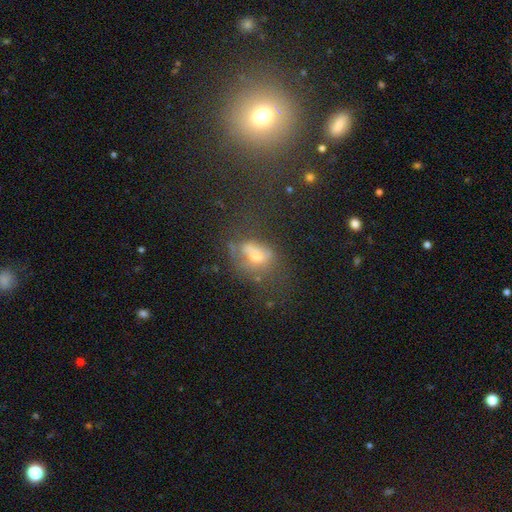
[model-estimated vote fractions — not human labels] smooth-or-featured: smooth: 43% | featured or disk: 37% | star or artifact: 19%
  merging: none: 39% | major disturbance: 31% | minor disturbance: 22% | merger: 8%